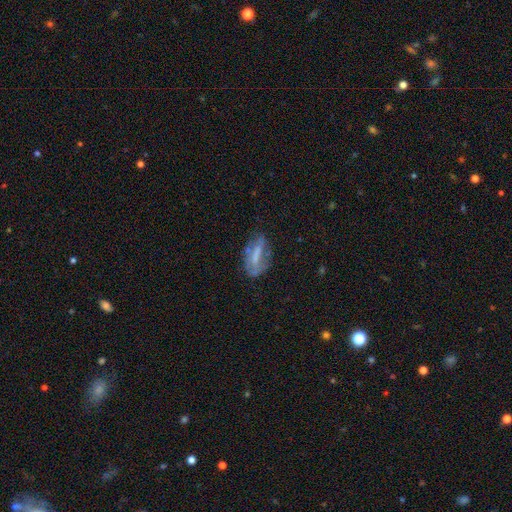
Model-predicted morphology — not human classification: Q: Smooth or featured?
A: featured or disk (49%); runner-up: smooth (41%)
Q: Merging?
A: none (49%); runner-up: minor disturbance (27%)